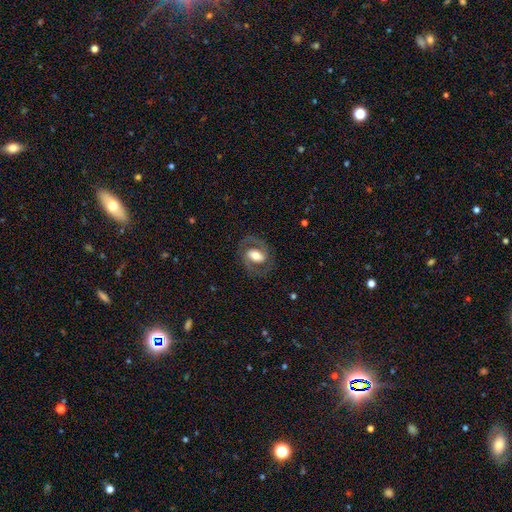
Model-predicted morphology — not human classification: Smooth or featured? Predicted: featured or disk (p=0.66). Edge-on disk? Predicted: no (p=0.95). Bar? Predicted: no (p=0.37). Spiral arms? Predicted: yes (p=0.76). Bulge size? Predicted: moderate (p=0.50). Merging? Predicted: none (p=0.77).